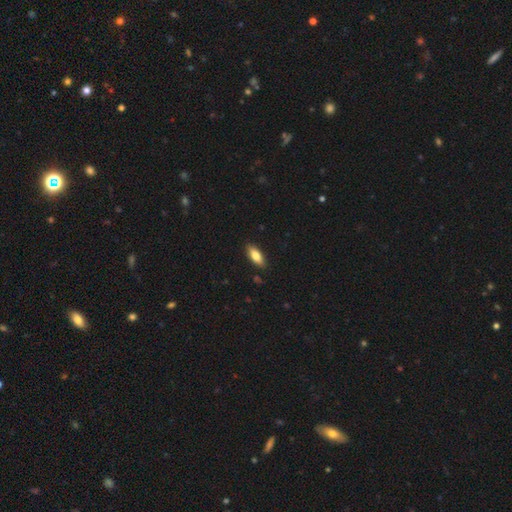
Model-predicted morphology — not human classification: Smooth or featured? smooth (82%)
How rounded? in between (80%)
Merging? none (88%)